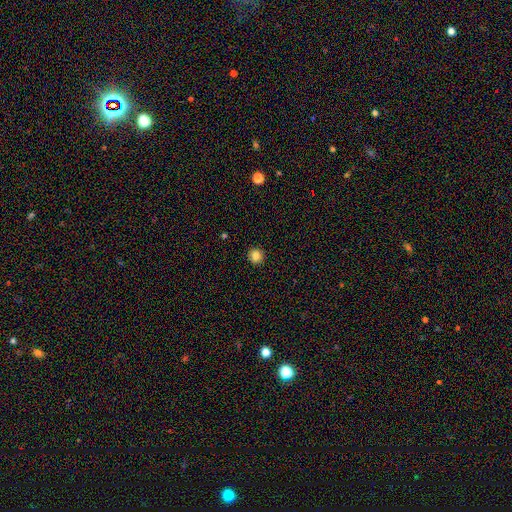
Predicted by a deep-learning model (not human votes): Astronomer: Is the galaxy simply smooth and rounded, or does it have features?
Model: smooth — 84%.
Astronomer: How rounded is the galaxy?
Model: round — 93%.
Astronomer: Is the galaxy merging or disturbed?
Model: none — 93%.